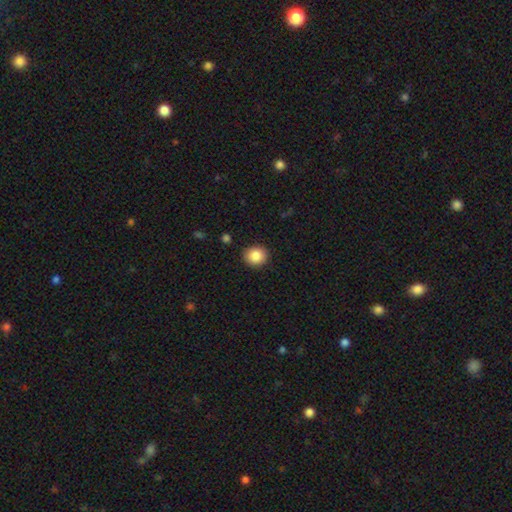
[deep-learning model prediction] This is clearly a smooth galaxy (86%). How rounded: clearly round (82%). Merging: clearly none (89%).